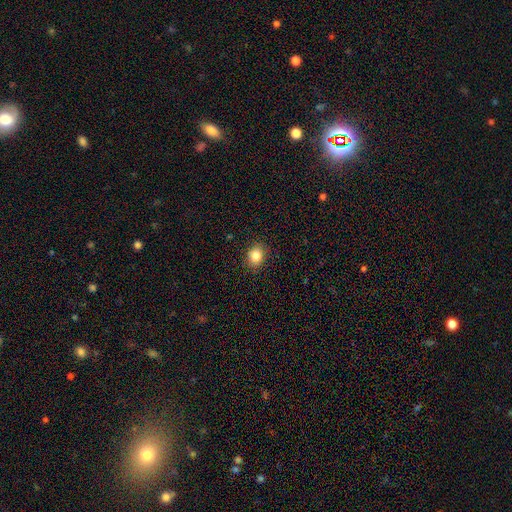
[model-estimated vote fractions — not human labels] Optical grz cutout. It shows a smooth galaxy with no disk features (84%) that is round (64%). Merging: none (88%).